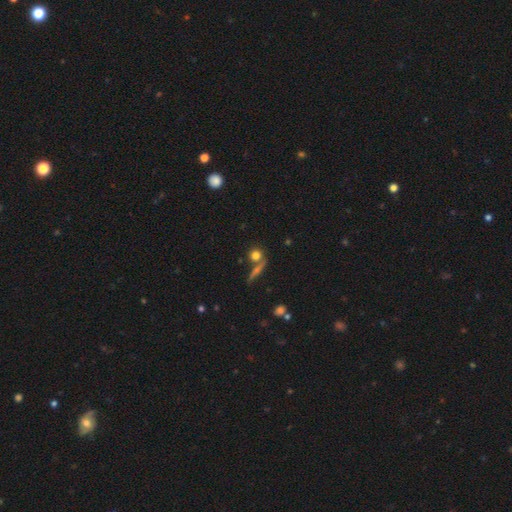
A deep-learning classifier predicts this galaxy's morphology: Overall: smooth (73%). How rounded: round (82%). Merging: none (61%; merger 25%).